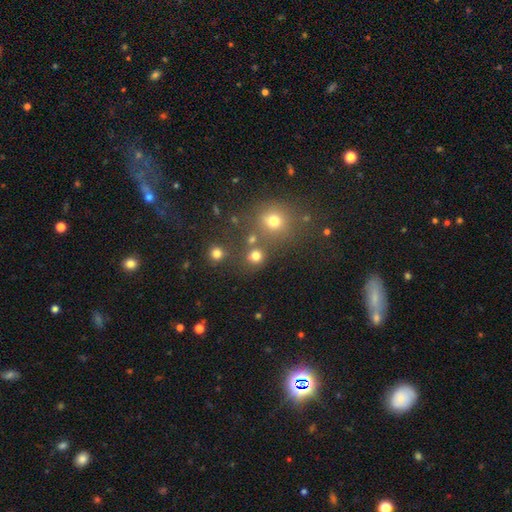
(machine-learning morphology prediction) smooth-or-featured: smooth: 76% | star or artifact: 18% | featured or disk: 6%
  how-rounded: round: 88% | in between: 11% | cigar-shaped: 1%
  merging: none: 72% | merger: 16% | minor disturbance: 8% | major disturbance: 4%